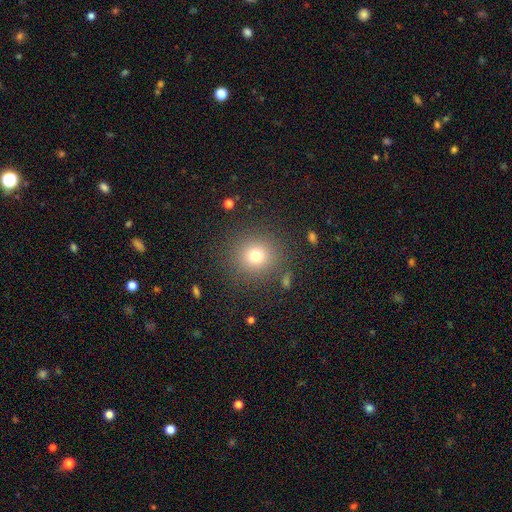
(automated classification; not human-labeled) Smooth or featured? smooth (74%)
How rounded? round (91%)
Merging? none (87%)